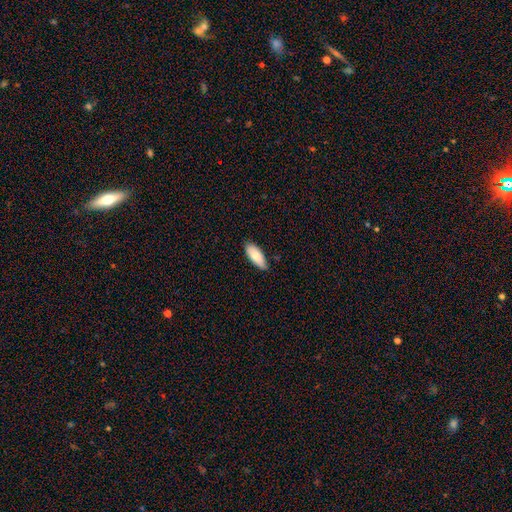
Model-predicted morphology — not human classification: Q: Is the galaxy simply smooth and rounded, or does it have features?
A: smooth — 82%.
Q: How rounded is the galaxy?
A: in between — 82%.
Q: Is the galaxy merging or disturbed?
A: none — 82%.